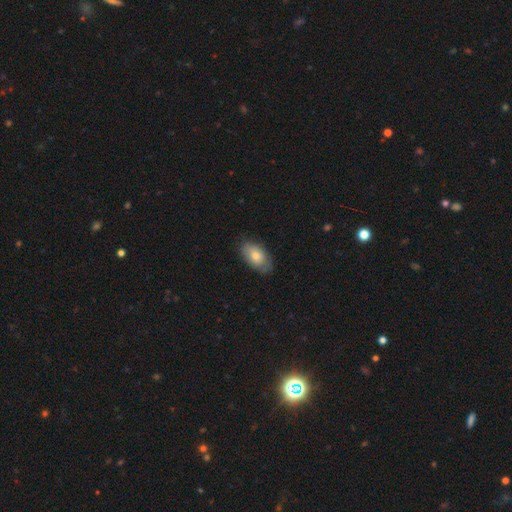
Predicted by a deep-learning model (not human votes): Smooth or featured? Predicted: smooth (p=0.73). How rounded? Predicted: in between (p=0.93). Merging? Predicted: none (p=0.75).